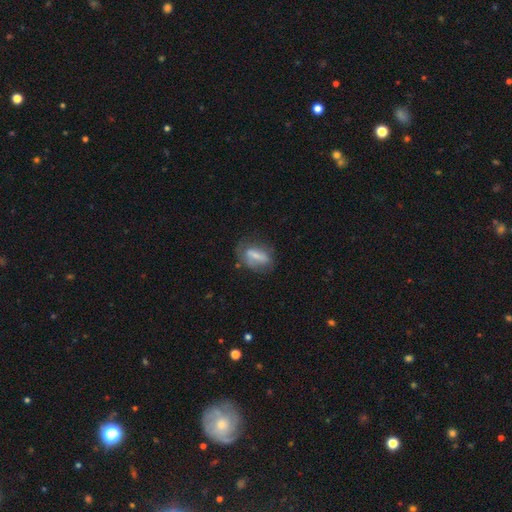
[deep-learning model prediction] smooth_or_featured: smooth (p=0.52) [alt: featured or disk p=0.40]
how_rounded: in between (p=0.68) [alt: cigar-shaped p=0.23]
merging: none (p=0.59) [alt: minor disturbance p=0.25]